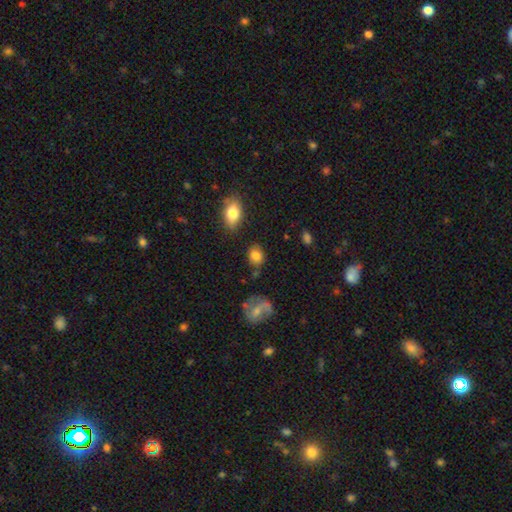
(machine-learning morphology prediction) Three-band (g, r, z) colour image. It shows a smooth galaxy with no disk features (80%) that is in between round and cigar-shaped (57%). Merging: none (74%).